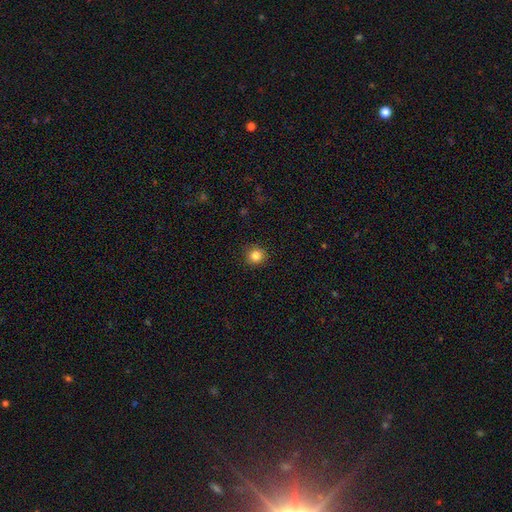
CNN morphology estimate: Smooth or featured?
  - smooth: 85% *
  - star or artifact: 11%
  - featured or disk: 5%
How rounded?
  - round: 92% *
  - in between: 7%
  - cigar-shaped: 1%
Merging?
  - none: 91% *
  - minor disturbance: 6%
  - major disturbance: 2%
  - merger: 1%